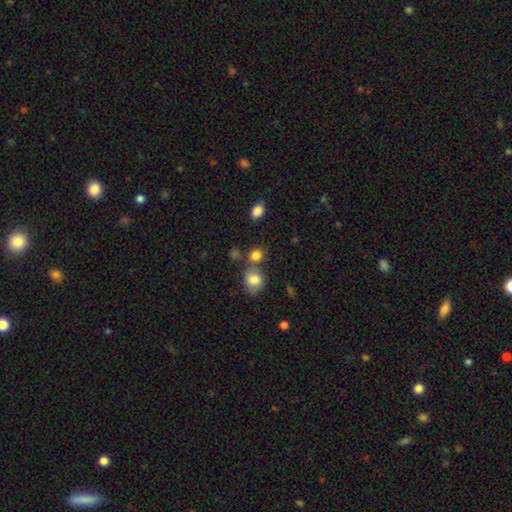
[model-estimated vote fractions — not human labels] A smooth galaxy with no disk features (82%) that is round (75%). Merging: none (62%).